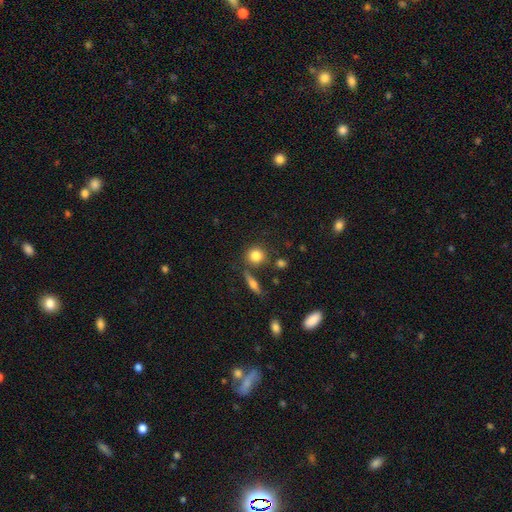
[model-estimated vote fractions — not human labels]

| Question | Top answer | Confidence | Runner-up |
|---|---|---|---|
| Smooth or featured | smooth | 82% | featured or disk (9%) |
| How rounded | round | 85% | in between (12%) |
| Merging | none | 75% | minor disturbance (11%) |